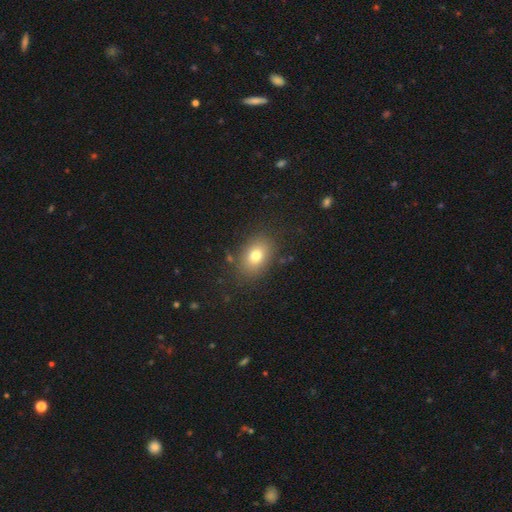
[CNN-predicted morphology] The model was most divided on "how rounded": in between: 77%, round: 22%, cigar-shaped: 1%. More confident: merging — none (84%); smooth or featured — smooth (77%).